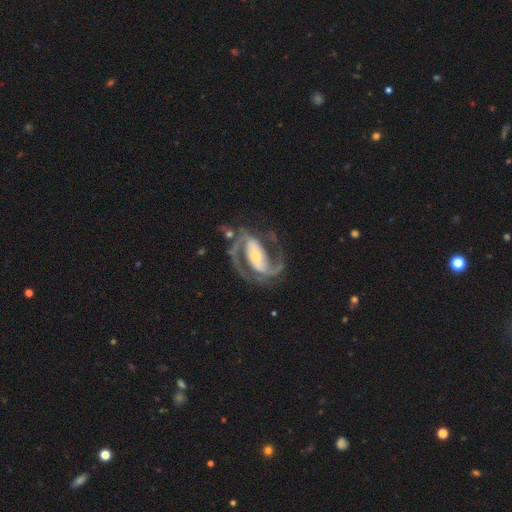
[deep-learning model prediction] Smooth or featured?
  - featured or disk: 92% *
  - smooth: 4%
  - star or artifact: 4%
Edge-on disk?
  - no: 97% *
  - yes: 3%
Bar?
  - strong: 57% *
  - weak: 26%
  - no: 18%
Spiral arms?
  - yes: 97% *
  - no: 3%
Spiral winding?
  - medium: 58% *
  - tight: 24%
  - loose: 19%
Spiral arm count?
  - 2: 90% *
  - 3: 3%
  - can't tell: 2%
  - 1: 2%
  - 4: 1%
  - more than 4: 1%
Bulge size?
  - small: 49% *
  - moderate: 42%
  - large: 6%
  - none: 2%
  - dominant: 1%
Merging?
  - none: 70% *
  - minor disturbance: 15%
  - major disturbance: 12%
  - merger: 3%